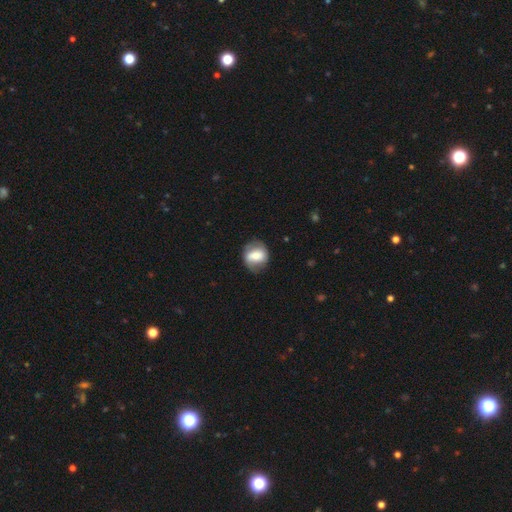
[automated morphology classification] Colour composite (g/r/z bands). It shows a smooth galaxy with no disk features (56%) that is round (53%). Merging: none (74%).